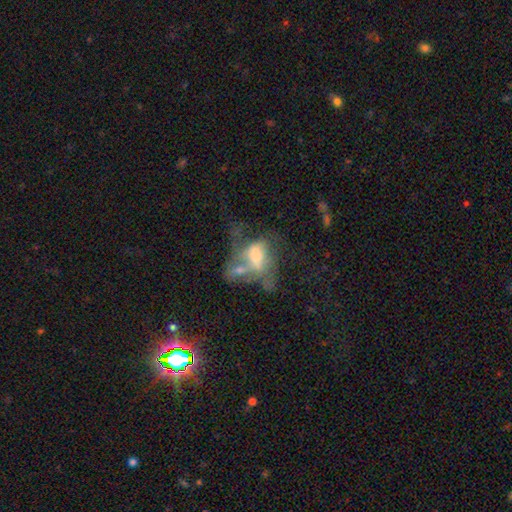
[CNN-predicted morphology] A featured or disk galaxy (47%).

Vote fractions:
- Smooth or featured? featured or disk: 47% / smooth: 41% / star or artifact: 12%
- Merging? merger: 48% / major disturbance: 30% / none: 12% / minor disturbance: 9%